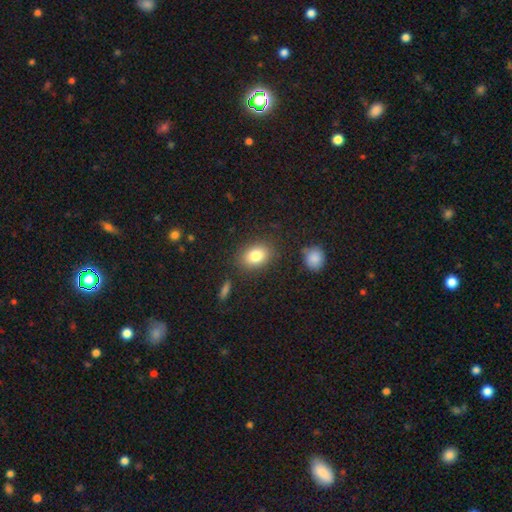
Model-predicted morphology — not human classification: A smooth galaxy with no disk features (82%) that is in between round and cigar-shaped (71%). Merging: none (83%).